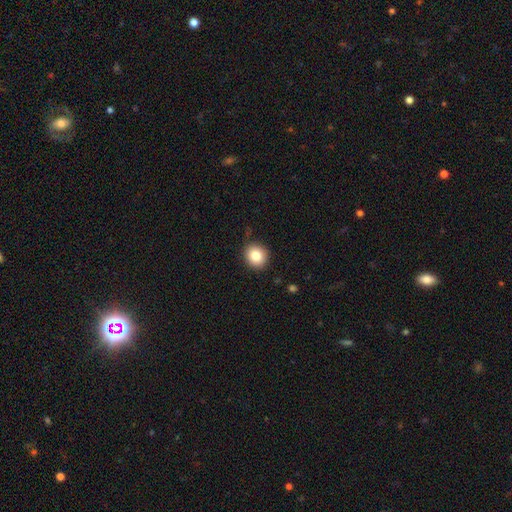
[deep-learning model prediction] This appears to be a smooth galaxy with no disk features (83%) that is round (85%). Merging: none (88%).